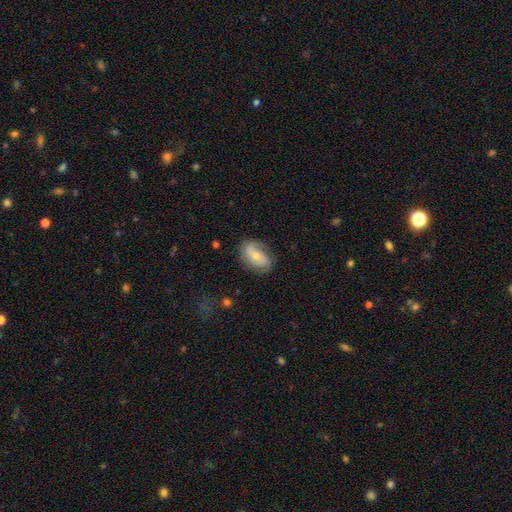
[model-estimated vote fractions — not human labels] A featured or disk galaxy (71%) with no bar (61%), 2 (57%) medium (41%) spiral arms (92%) and a small central bulge (53%). Merging: none (70%).